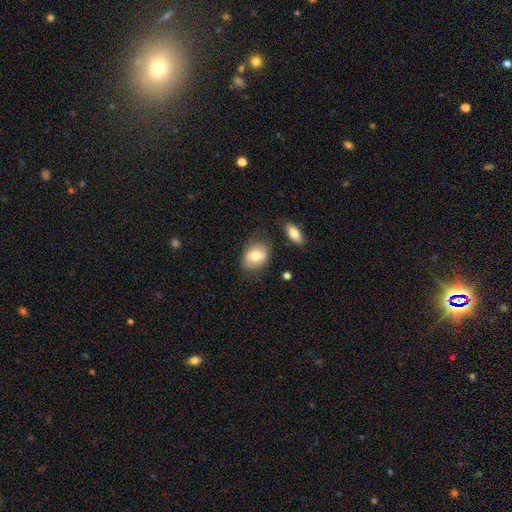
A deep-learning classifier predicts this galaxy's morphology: Smooth or featured? Predicted: smooth (p=0.75). How rounded? Predicted: in between (p=0.64). Merging? Predicted: none (p=0.74).